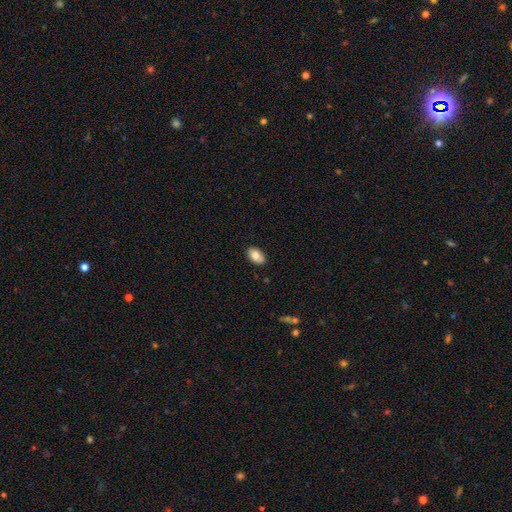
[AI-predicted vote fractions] smooth 85%, featured or disk 8%, star or artifact 7%. Down the decision tree: how rounded — in between (92%); merging — none (85%).